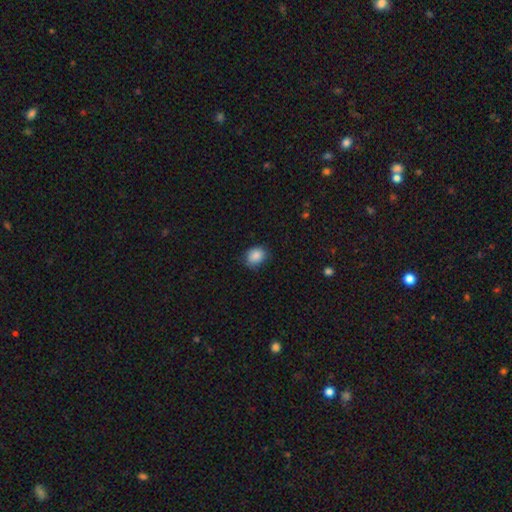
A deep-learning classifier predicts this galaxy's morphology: Smooth or featured? Predicted: smooth (p=0.87). How rounded? Predicted: round (p=0.54). Merging? Predicted: none (p=0.75).